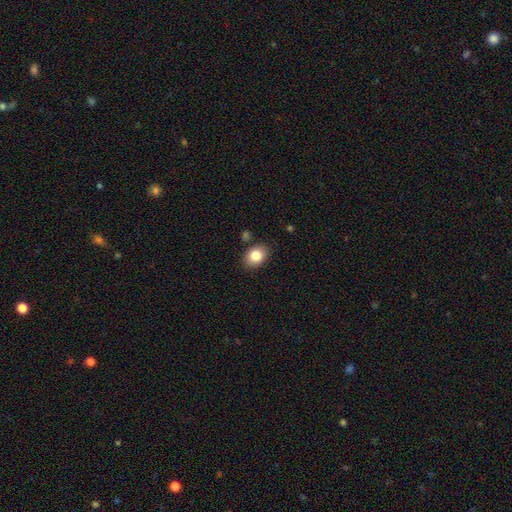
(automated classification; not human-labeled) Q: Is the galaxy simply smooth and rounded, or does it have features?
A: smooth — 84%.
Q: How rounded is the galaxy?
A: in between — 72%.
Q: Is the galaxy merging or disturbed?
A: none — 84%.